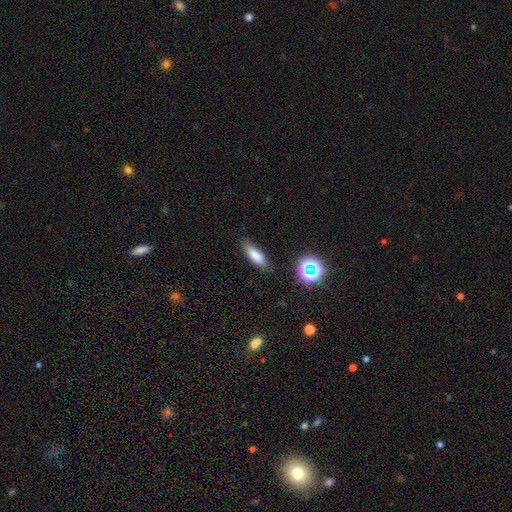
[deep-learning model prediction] Morphology: type=smooth (76%); roundness=in between (53%); merging=none (79%).